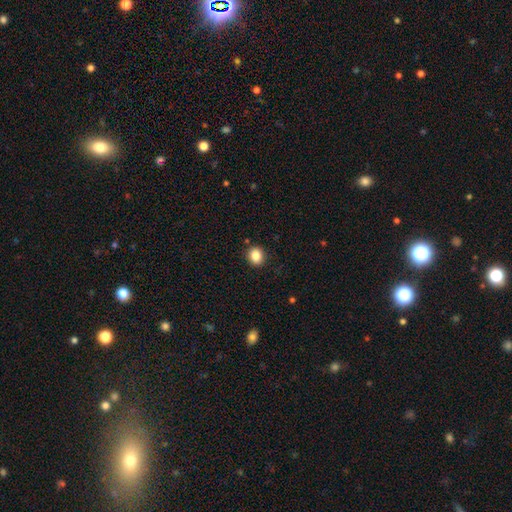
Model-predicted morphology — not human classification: smooth 85%, star or artifact 10%, featured or disk 5%. Down the decision tree: how rounded — round (72%); merging — none (90%).